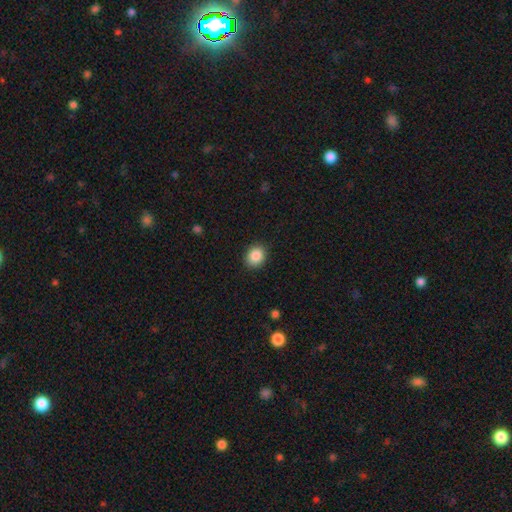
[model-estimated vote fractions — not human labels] Overall: smooth (87%). How rounded: round (56%; in between 43%). Merging: none (89%).